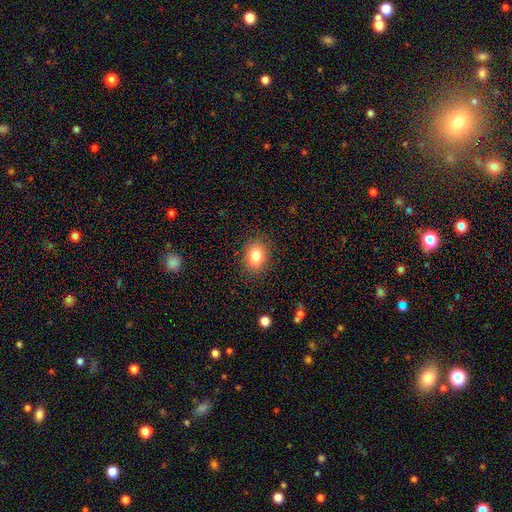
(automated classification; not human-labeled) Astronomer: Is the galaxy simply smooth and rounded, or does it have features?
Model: smooth — 84%.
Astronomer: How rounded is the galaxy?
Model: in between — 74%.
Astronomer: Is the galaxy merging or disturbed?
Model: none — 86%.